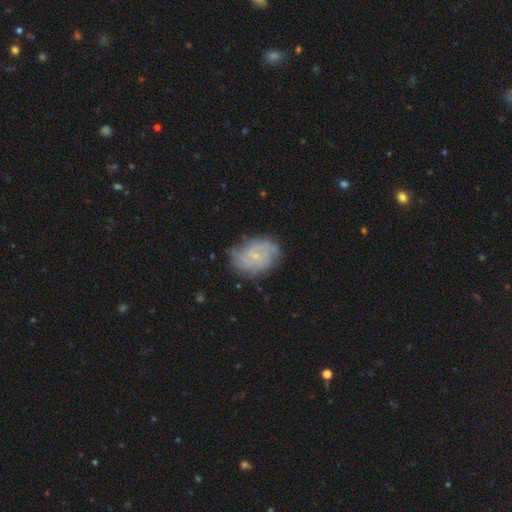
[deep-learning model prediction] Smooth or featured: featured or disk — 74% (smooth — 18%)
Edge-on disk: no — 97% (yes — 3%)
Bar: no — 69% (weak — 28%)
Spiral arms: yes — 91% (no — 9%)
Spiral winding: tight — 55% (medium — 34%)
Spiral arm count: can't tell — 40% (2 — 20%)
Bulge size: small — 81% (moderate — 13%)
Merging: none — 73% (minor disturbance — 19%)